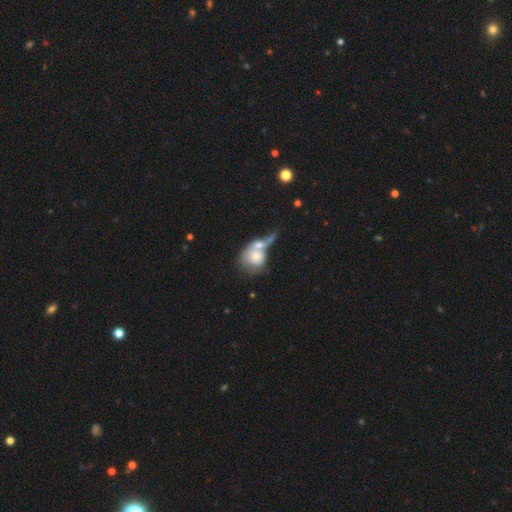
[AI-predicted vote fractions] smooth 63%, featured or disk 30%, star or artifact 7%. Down the decision tree: how rounded — round (71%); merging — merger (66%).